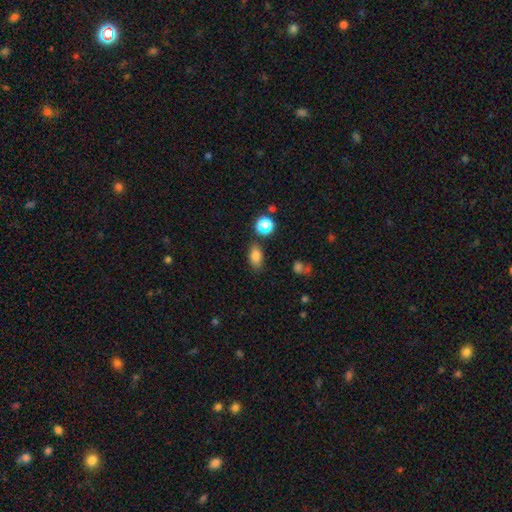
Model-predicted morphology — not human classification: Overall: smooth (81%). How rounded: in between (85%). Merging: none (77%).